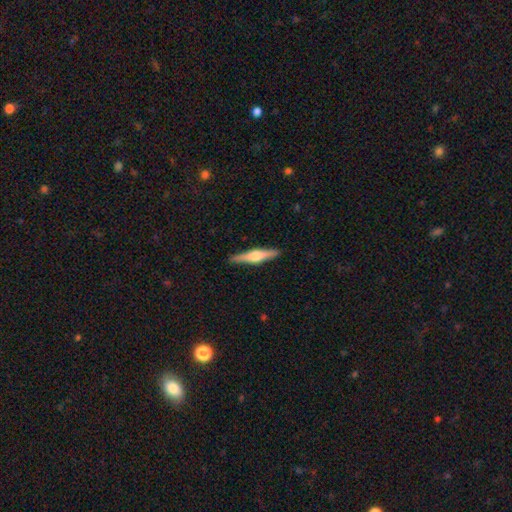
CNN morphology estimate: A featured or disk galaxy (66%) viewed edge-on (98%) with a rounded central bulge (87%). Merging: none (91%).